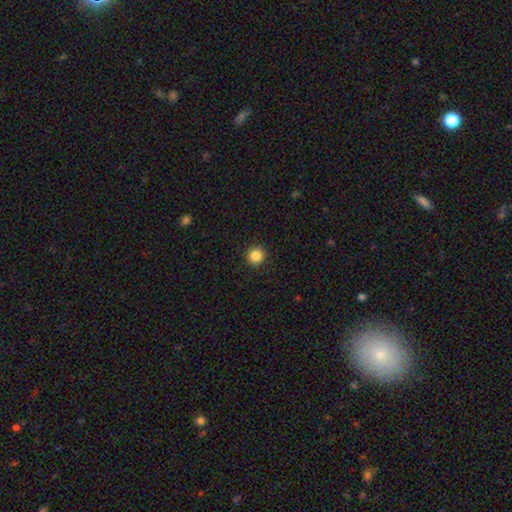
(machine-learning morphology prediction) smooth_or_featured: smooth (p=0.86) [alt: star or artifact p=0.11]
how_rounded: round (p=0.95) [alt: in between p=0.04]
merging: none (p=0.92) [alt: minor disturbance p=0.05]